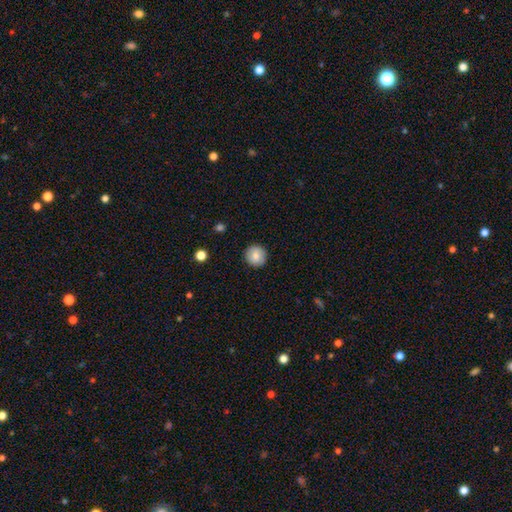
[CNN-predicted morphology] A smooth galaxy with no disk features (82%) that is round (92%). Merging: none (90%).